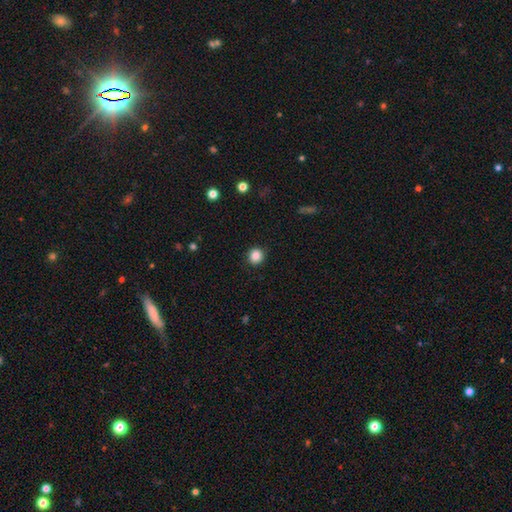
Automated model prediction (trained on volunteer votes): smooth_or_featured: smooth (p=0.87) [alt: star or artifact p=0.10]
how_rounded: round (p=0.91) [alt: in between p=0.08]
merging: none (p=0.91) [alt: minor disturbance p=0.06]